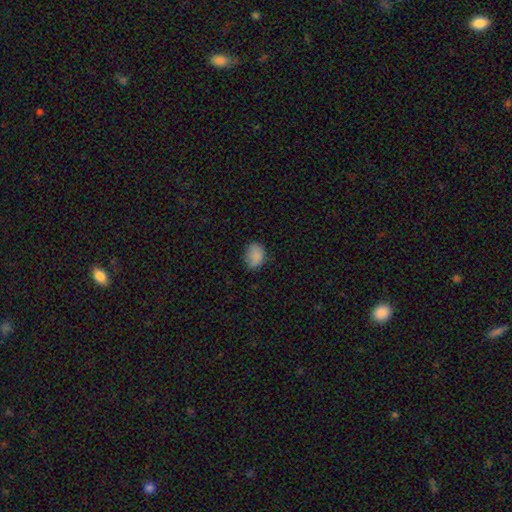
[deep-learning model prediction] Morphology: type=smooth (85%); roundness=in between (60%); merging=none (72%).